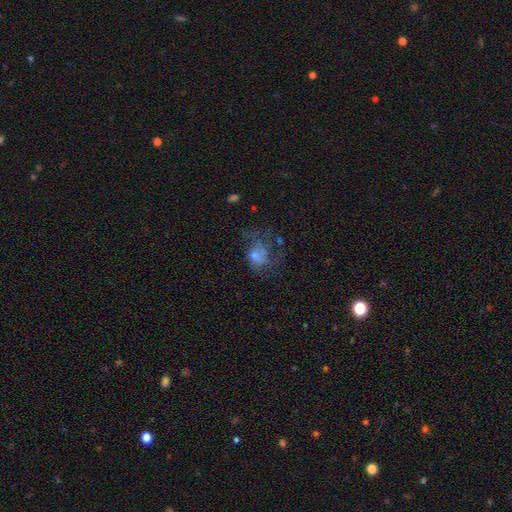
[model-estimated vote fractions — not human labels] Q: Smooth or featured?
A: featured or disk (43%); runner-up: smooth (42%)
Q: Merging?
A: major disturbance (41%); runner-up: none (33%)